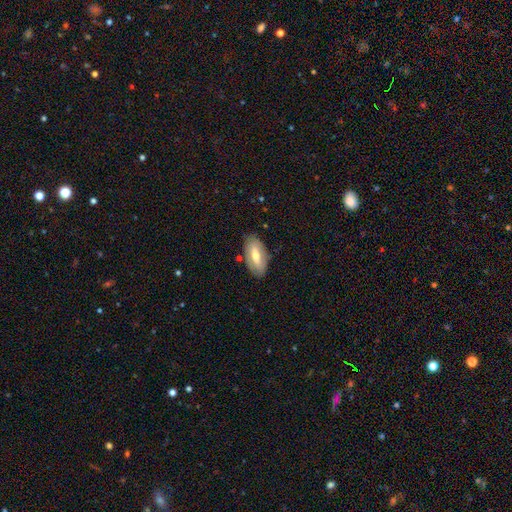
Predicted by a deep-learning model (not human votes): A smooth galaxy with no disk features (50%).

Vote fractions:
- Smooth or featured? smooth: 50% / featured or disk: 44% / star or artifact: 6%
- Merging? none: 80% / minor disturbance: 14% / major disturbance: 3% / merger: 2%